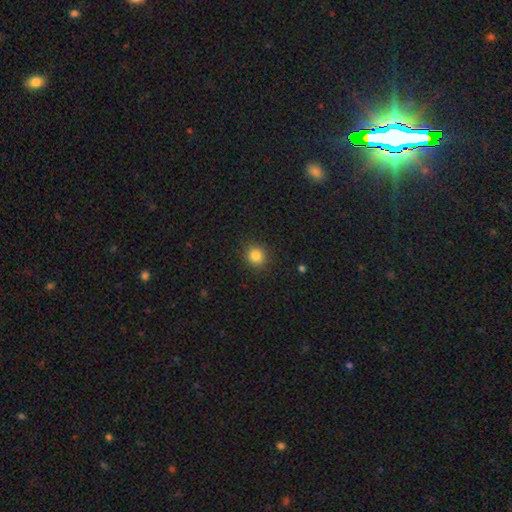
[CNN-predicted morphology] The model was most divided on "smooth or featured": smooth: 83%, star or artifact: 12%, featured or disk: 5%. More confident: merging — none (90%); how rounded — round (88%).